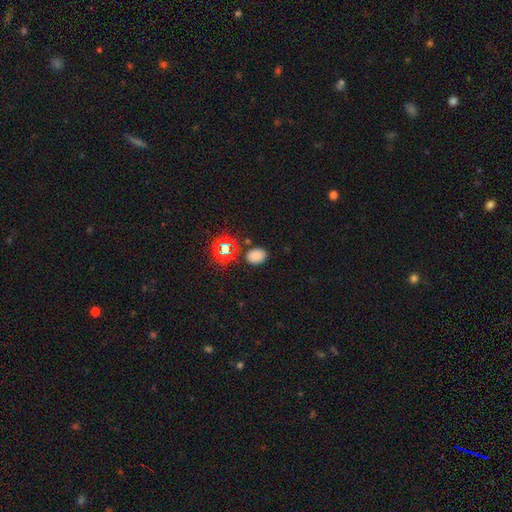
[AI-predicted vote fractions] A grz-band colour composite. It shows a smooth galaxy with no disk features (73%) that is in between round and cigar-shaped (62%). Merging: none (82%).